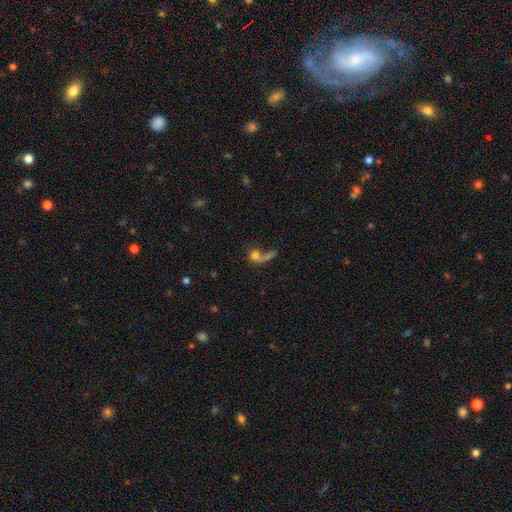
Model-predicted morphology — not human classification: type=smooth (44%); merging=merger (34%).